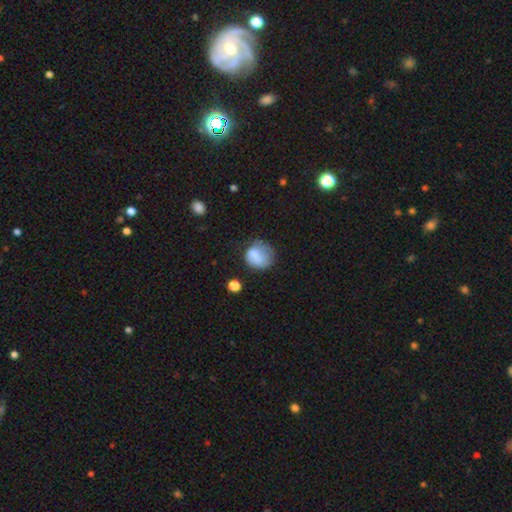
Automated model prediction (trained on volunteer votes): This appears to be a smooth galaxy with no disk features (73%) that is round (78%). Merging: none (47%).